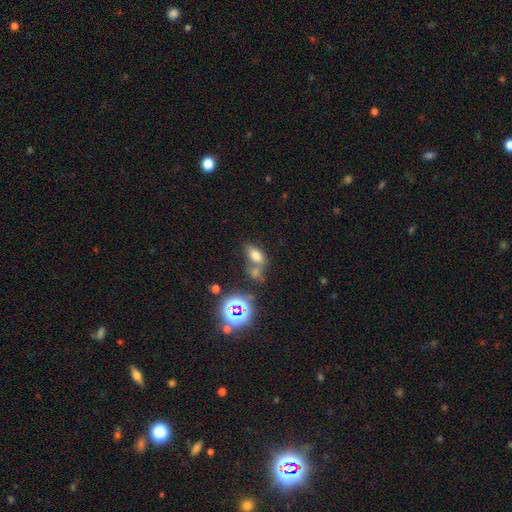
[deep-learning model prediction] A smooth galaxy with no disk features (68%) that is in between round and cigar-shaped (85%).

Vote fractions:
- Smooth or featured? smooth: 68% / star or artifact: 21% / featured or disk: 11%
- How rounded? in between: 85% / round: 11% / cigar-shaped: 4%
- Merging? none: 48% / merger: 34% / minor disturbance: 12% / major disturbance: 6%